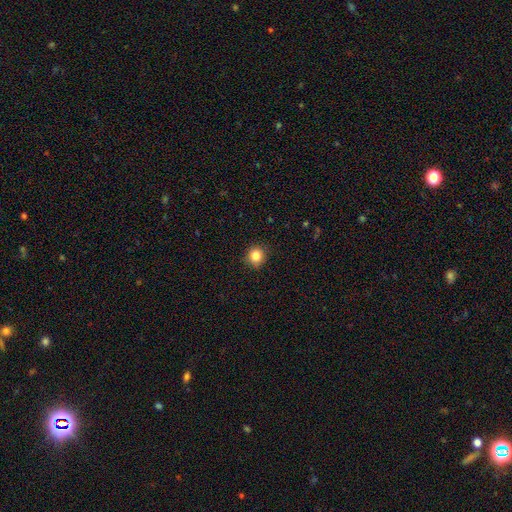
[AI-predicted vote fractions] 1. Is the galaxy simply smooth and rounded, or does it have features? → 85% smooth, 11% star or artifact, 5% featured or disk.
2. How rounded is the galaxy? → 87% round, 12% in between, 1% cigar-shaped.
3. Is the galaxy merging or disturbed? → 89% none, 8% minor disturbance, 2% major disturbance, 1% merger.